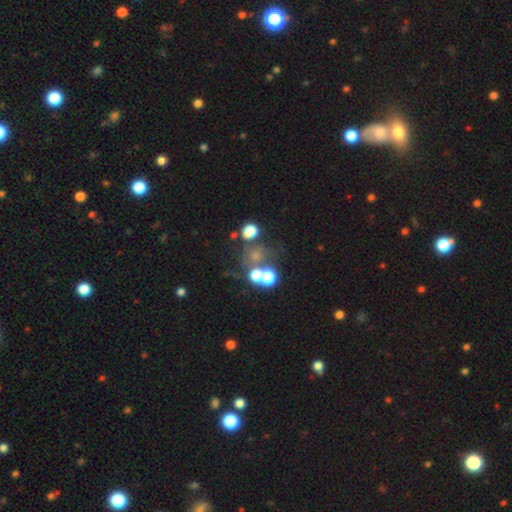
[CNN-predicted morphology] Q: Smooth or featured?
A: star or artifact (44%); runner-up: smooth (39%)